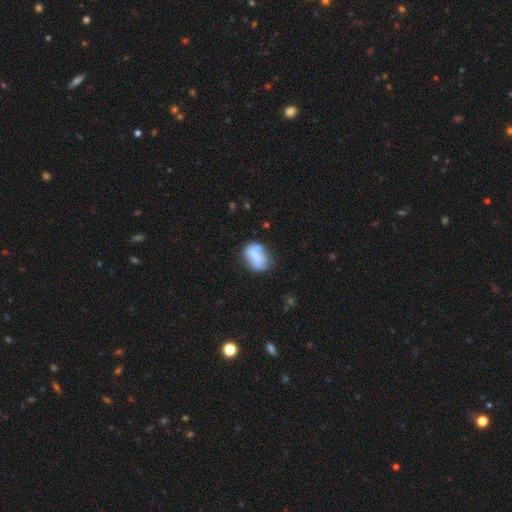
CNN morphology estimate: Q: Smooth or featured?
A: smooth (65%); runner-up: featured or disk (27%)
Q: How rounded?
A: in between (76%); runner-up: round (22%)
Q: Merging?
A: none (45%); runner-up: minor disturbance (29%)